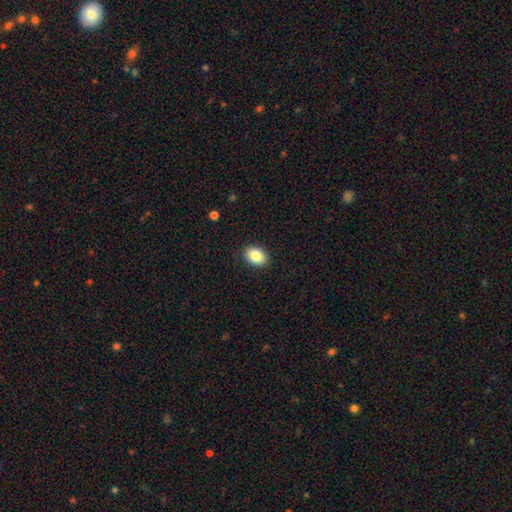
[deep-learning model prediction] Smooth or featured?
  - smooth: 85% *
  - star or artifact: 8%
  - featured or disk: 7%
How rounded?
  - in between: 73% *
  - round: 26%
  - cigar-shaped: 1%
Merging?
  - none: 90% *
  - minor disturbance: 7%
  - major disturbance: 2%
  - merger: 1%